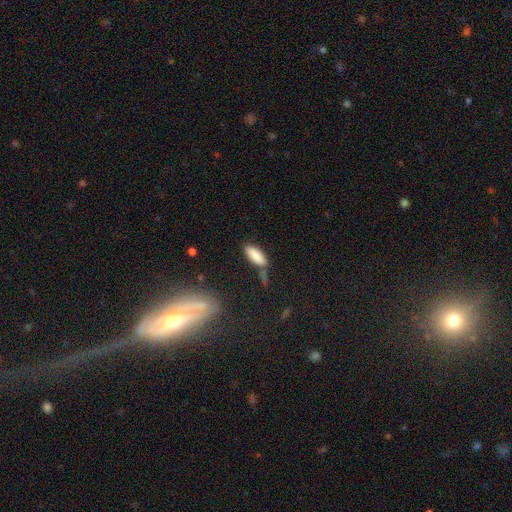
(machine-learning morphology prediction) A smooth galaxy with no disk features (85%) that is in between round and cigar-shaped (68%).

Vote fractions:
- Smooth or featured? smooth: 85% / featured or disk: 8% / star or artifact: 7%
- How rounded? in between: 68% / cigar-shaped: 31% / round: 2%
- Merging? none: 62% / minor disturbance: 20% / merger: 11% / major disturbance: 6%